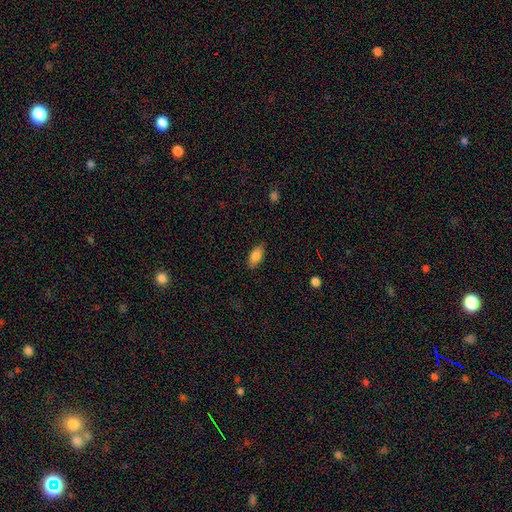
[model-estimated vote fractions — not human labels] The model was most divided on "merging": none: 85%, minor disturbance: 11%, major disturbance: 3%, merger: 1%. More confident: how rounded — in between (88%); smooth or featured — smooth (84%).